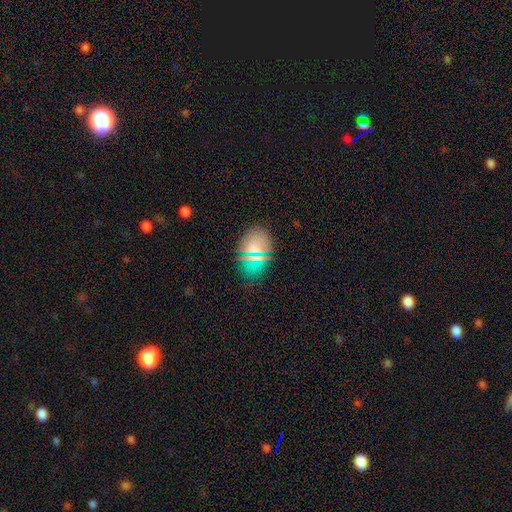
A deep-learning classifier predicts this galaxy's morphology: Smooth or featured? smooth (68%)
How rounded? in between (51%)
Merging? none (80%)